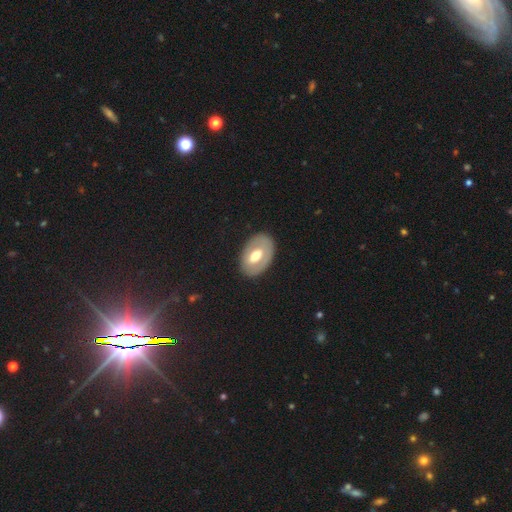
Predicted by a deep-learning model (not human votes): This appears to be a smooth galaxy with no disk features (51%) that is in between round and cigar-shaped (87%). Merging: none (83%).